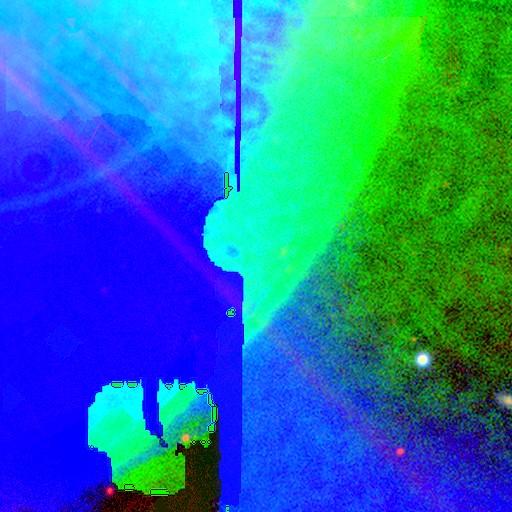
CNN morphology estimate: Smooth or featured? star or artifact (86%)